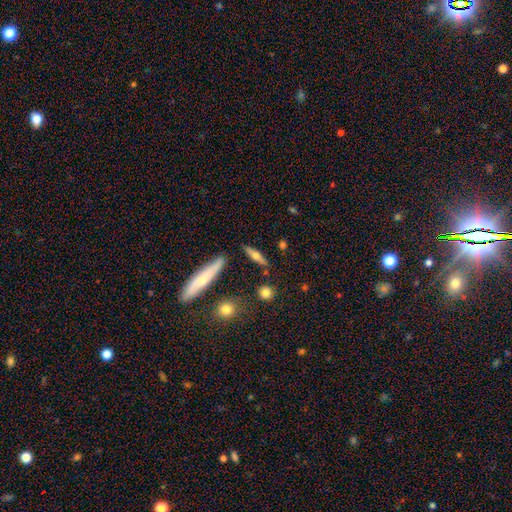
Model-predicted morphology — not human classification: Smooth or featured? Predicted: featured or disk (p=0.48). Merging? Predicted: none (p=0.83).